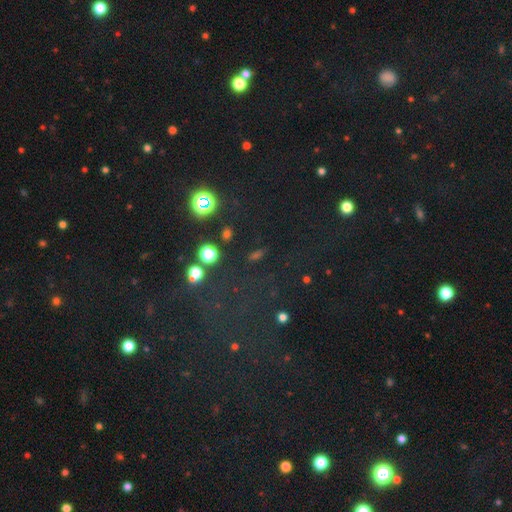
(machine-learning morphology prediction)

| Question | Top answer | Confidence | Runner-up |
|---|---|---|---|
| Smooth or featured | star or artifact | 52% | smooth (39%) |